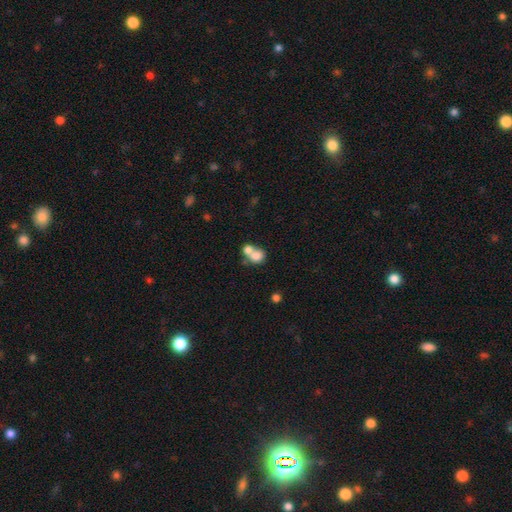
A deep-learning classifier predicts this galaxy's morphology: Smooth or featured: smooth — 75% (featured or disk — 15%)
How rounded: round — 60% (in between — 39%)
Merging: merger — 62% (none — 26%)